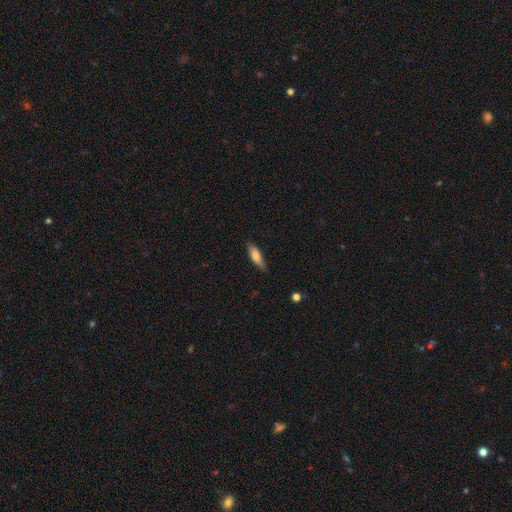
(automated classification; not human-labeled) This appears to be a smooth galaxy with no disk features (72%) that is cigar-shaped (58%). Merging: none (79%).